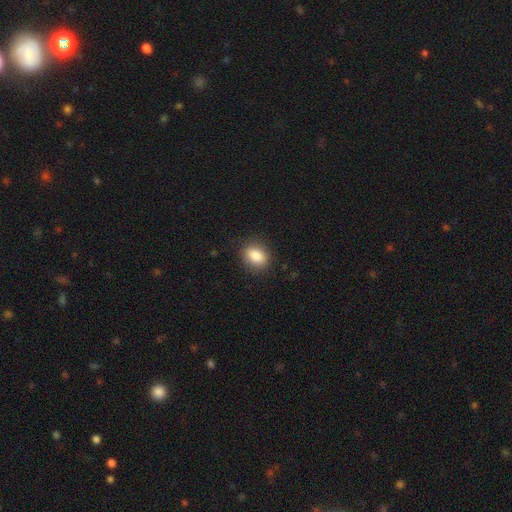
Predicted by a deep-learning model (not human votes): This is clearly a smooth galaxy (86%). How rounded: likely in between (70%). Merging: clearly none (85%).